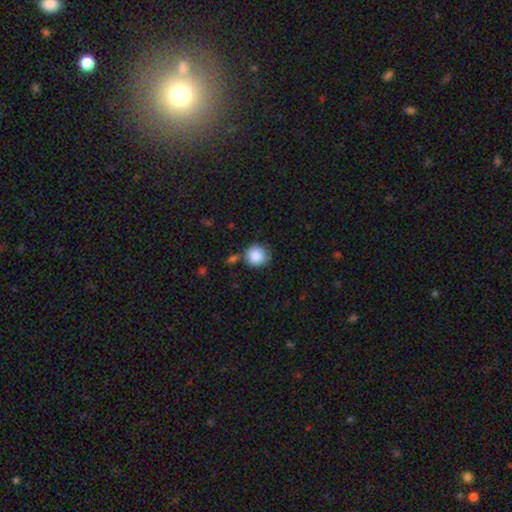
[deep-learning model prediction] This appears to be a smooth galaxy with no disk features (88%) that is round (91%). Merging: none (73%).